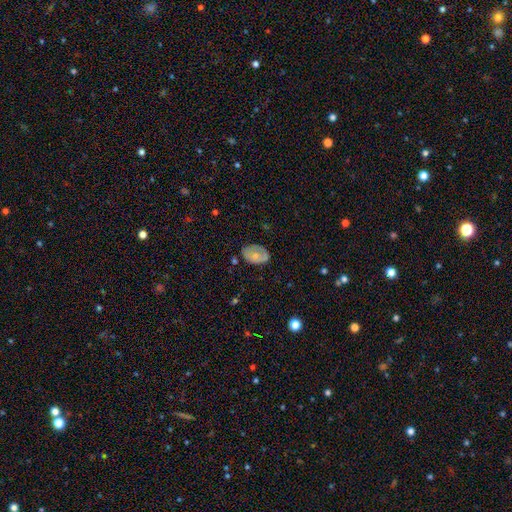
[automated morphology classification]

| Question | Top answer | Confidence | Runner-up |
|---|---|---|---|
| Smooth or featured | smooth | 58% | featured or disk (35%) |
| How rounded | in between | 85% | round (14%) |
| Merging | none | 62% | minor disturbance (27%) |